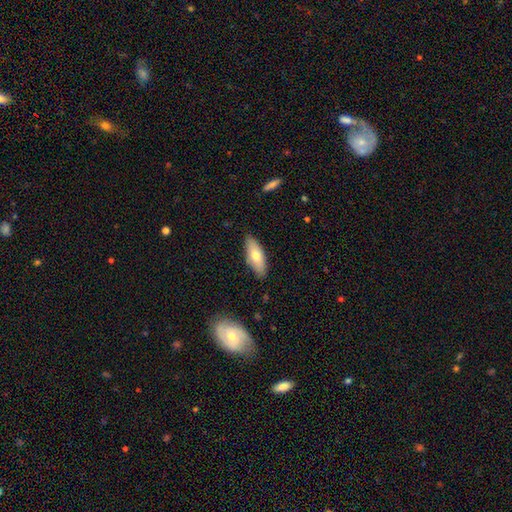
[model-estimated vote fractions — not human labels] Smooth or featured: smooth — 68% (featured or disk — 26%)
How rounded: in between — 77% (cigar-shaped — 21%)
Merging: none — 85% (minor disturbance — 12%)